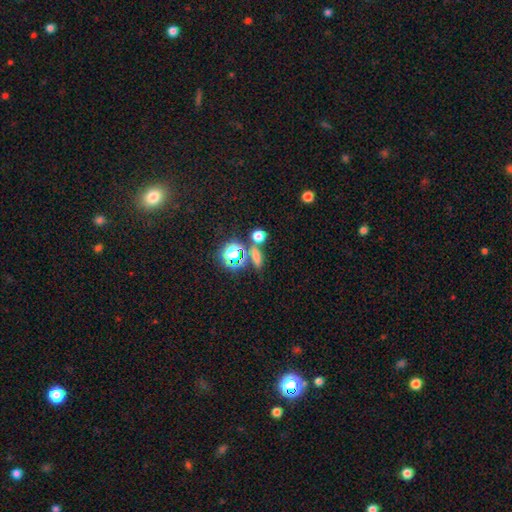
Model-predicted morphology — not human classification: smooth-or-featured: smooth: 60% | star or artifact: 31% | featured or disk: 9%
  how-rounded: in between: 46% | round: 35% | cigar-shaped: 19%
  merging: none: 65% | merger: 21% | minor disturbance: 9% | major disturbance: 5%